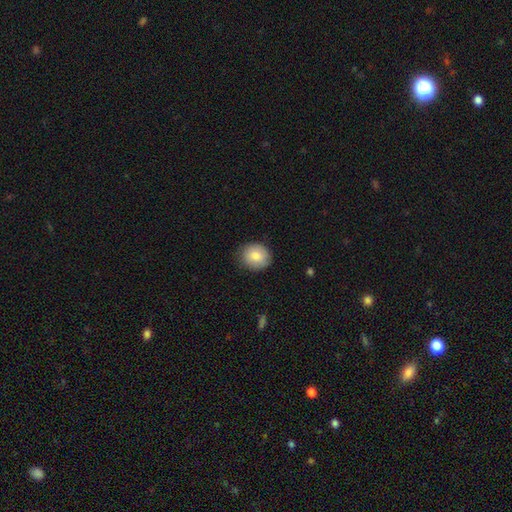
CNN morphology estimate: Overall: smooth (83%). How rounded: round (76%). Merging: none (84%).